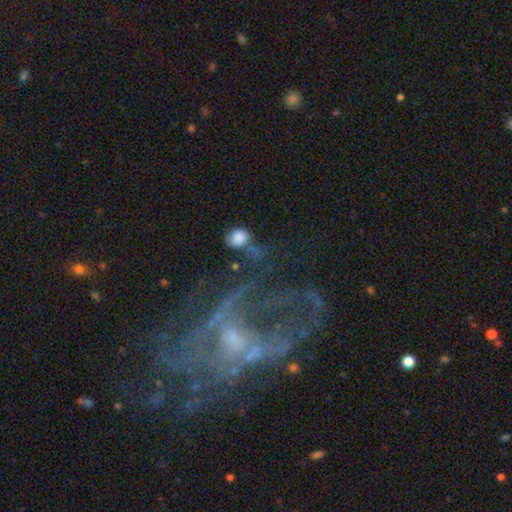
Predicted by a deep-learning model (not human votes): Smooth or featured? featured or disk (64%)
Edge-on disk? no (94%)
Bar? no (67%)
Spiral arms? yes (58%)
Bulge size? small (49%)
Merging? none (43%)